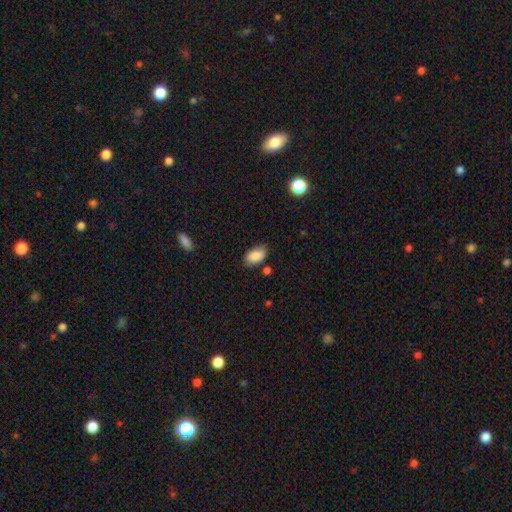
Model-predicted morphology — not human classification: The model was most divided on "merging": none: 76%, minor disturbance: 17%, major disturbance: 4%, merger: 3%. More confident: how rounded — in between (92%); smooth or featured — smooth (87%).